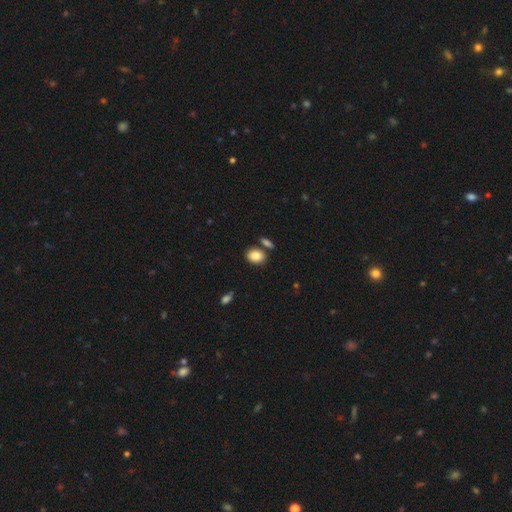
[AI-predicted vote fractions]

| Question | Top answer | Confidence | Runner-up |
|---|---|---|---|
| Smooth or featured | smooth | 84% | star or artifact (8%) |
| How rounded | in between | 67% | round (32%) |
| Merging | none | 73% | merger (13%) |